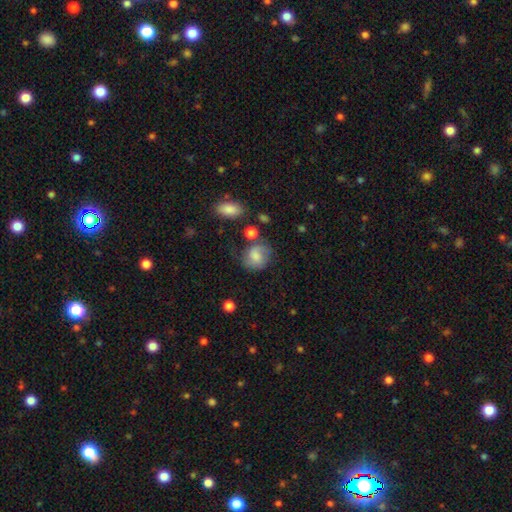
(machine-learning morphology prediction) Smooth or featured: smooth — 57% (featured or disk — 33%)
How rounded: round — 68% (in between — 31%)
Merging: none — 58% (minor disturbance — 24%)